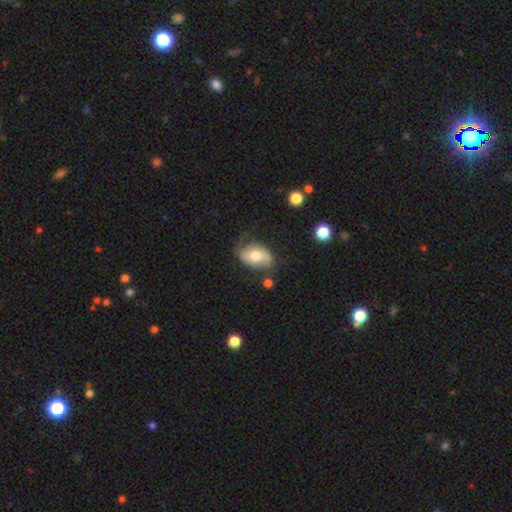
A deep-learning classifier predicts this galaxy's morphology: The model was most divided on "smooth or featured": smooth: 50%, featured or disk: 43%, star or artifact: 7%. More confident: merging — none (54%).